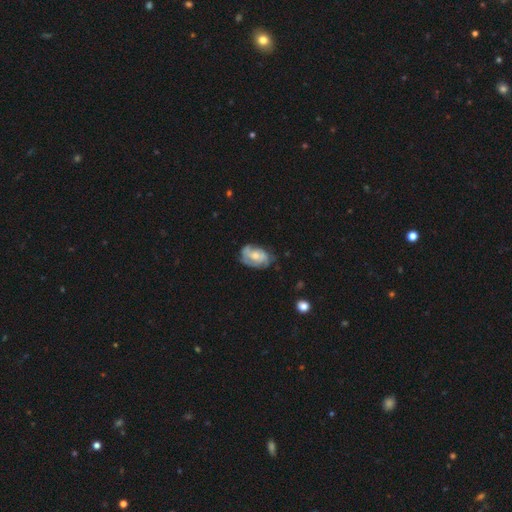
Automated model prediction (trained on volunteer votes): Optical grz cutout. It shows a featured or disk galaxy (66%) with no bar (67%), tight (45%) spiral arms (82%) and a moderate central bulge (53%). Merging: none (59%).